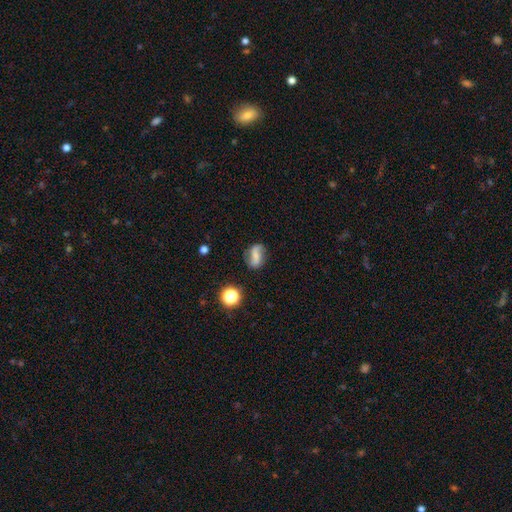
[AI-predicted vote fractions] smooth 47%, featured or disk 40%, star or artifact 12%. Down the decision tree: merging — none (69%).